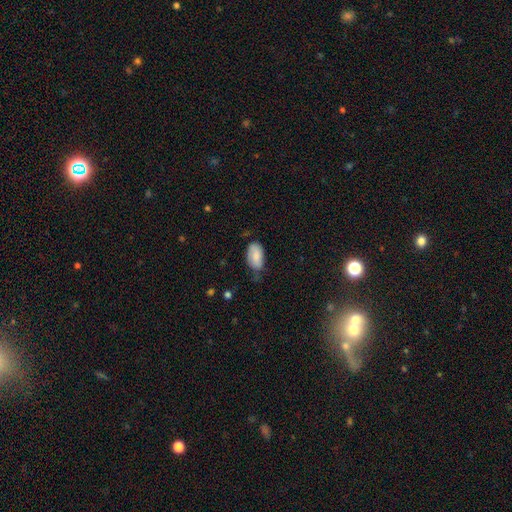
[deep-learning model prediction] Q: Smooth or featured?
A: smooth (80%); runner-up: featured or disk (13%)
Q: How rounded?
A: in between (94%); runner-up: round (4%)
Q: Merging?
A: none (52%); runner-up: minor disturbance (37%)